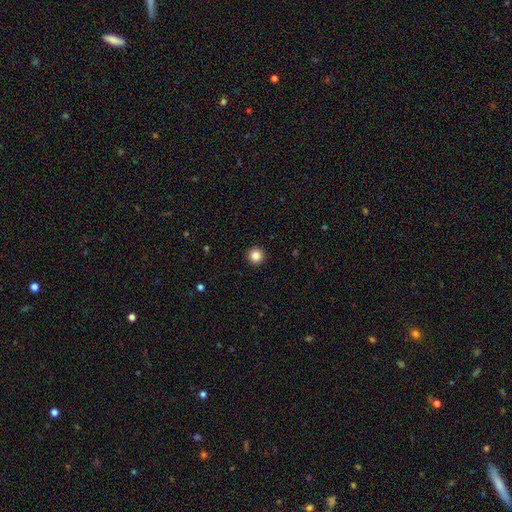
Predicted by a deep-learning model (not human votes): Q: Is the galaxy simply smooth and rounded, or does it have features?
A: smooth — 86%.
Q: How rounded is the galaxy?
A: round — 96%.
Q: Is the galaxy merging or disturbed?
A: none — 94%.